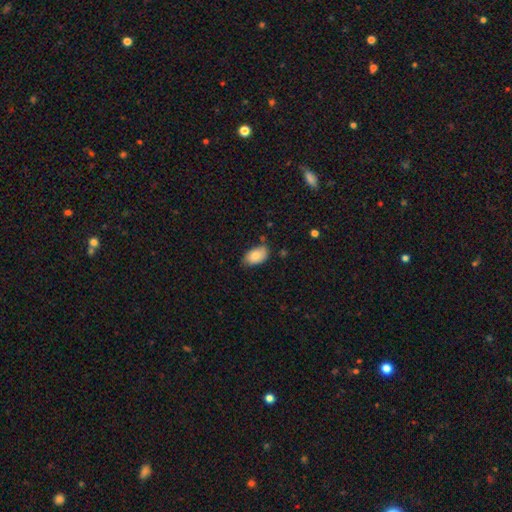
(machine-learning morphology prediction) smooth 82%, featured or disk 11%, star or artifact 7%. Down the decision tree: how rounded — in between (93%); merging — none (71%).